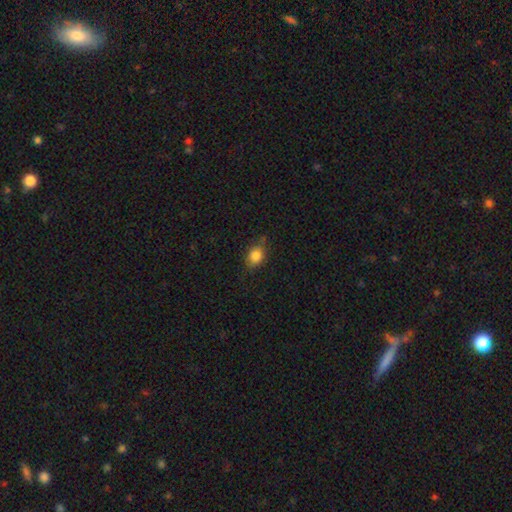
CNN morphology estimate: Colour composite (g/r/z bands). It shows a smooth galaxy with no disk features (83%) that is in between round and cigar-shaped (56%). Merging: none (69%).